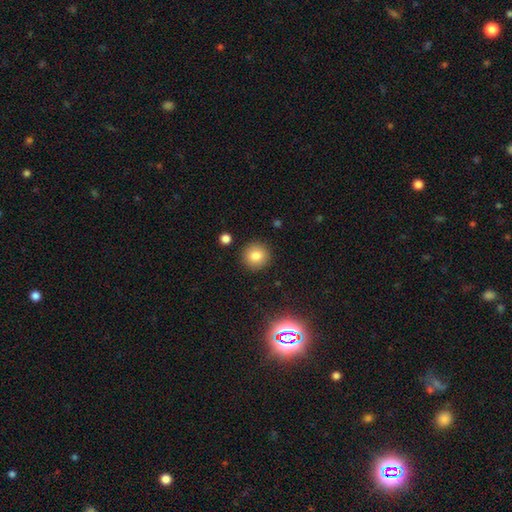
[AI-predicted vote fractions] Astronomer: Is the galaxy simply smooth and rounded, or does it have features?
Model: smooth — 81%.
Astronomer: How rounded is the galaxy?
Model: round — 93%.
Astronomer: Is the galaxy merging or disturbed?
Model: none — 90%.